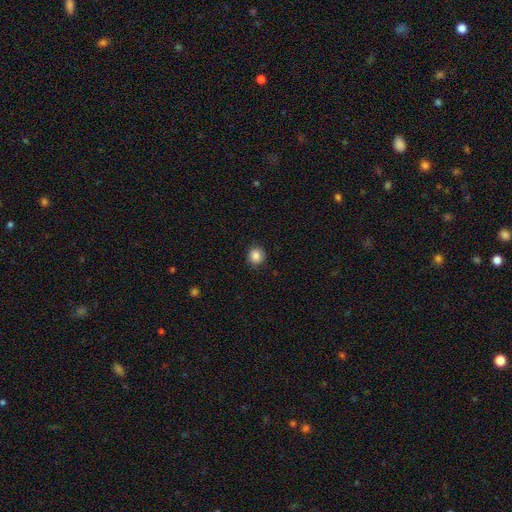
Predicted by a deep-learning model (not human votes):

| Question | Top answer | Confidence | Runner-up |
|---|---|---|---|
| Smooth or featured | smooth | 86% | star or artifact (10%) |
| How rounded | round | 88% | in between (11%) |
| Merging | none | 89% | minor disturbance (8%) |